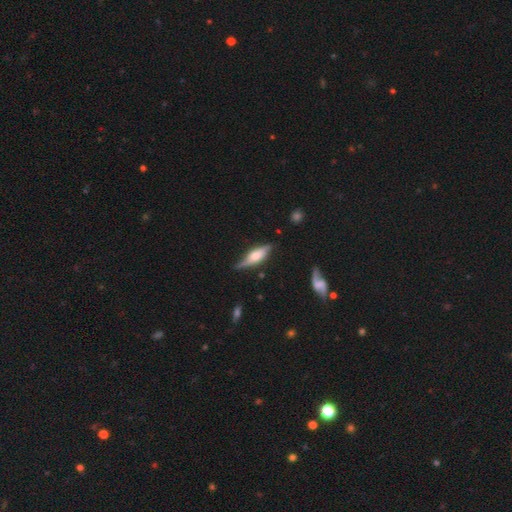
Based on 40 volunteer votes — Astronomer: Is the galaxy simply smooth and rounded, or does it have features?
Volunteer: smooth — 52% (runner-up: featured or disk, 42%).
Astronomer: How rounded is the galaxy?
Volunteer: cigar-shaped — 52% (runner-up: in between, 43%).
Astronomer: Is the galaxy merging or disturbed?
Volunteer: none — 66%.